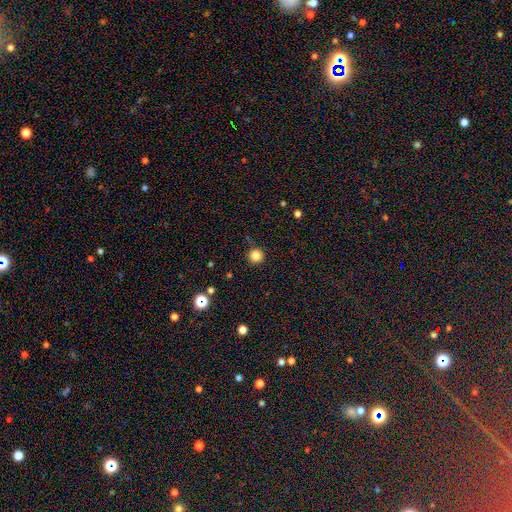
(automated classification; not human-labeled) Q: Smooth or featured?
A: smooth (83%); runner-up: star or artifact (13%)
Q: How rounded?
A: round (96%); runner-up: in between (3%)
Q: Merging?
A: none (87%); runner-up: minor disturbance (8%)